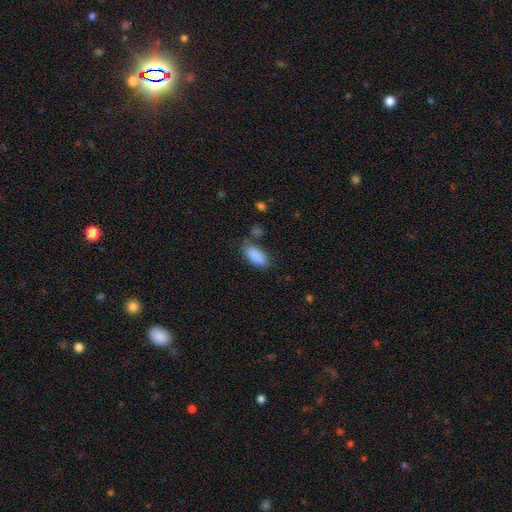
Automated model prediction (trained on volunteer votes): A smooth galaxy with no disk features (88%) that is in between round and cigar-shaped (88%). Merging: none (69%).